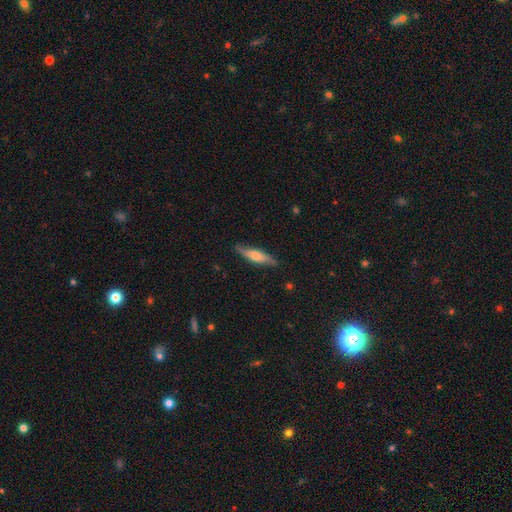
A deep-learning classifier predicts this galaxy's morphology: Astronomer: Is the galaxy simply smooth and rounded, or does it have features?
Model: smooth — 53% (runner-up: featured or disk, 41%).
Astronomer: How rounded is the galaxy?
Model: cigar-shaped — 70%.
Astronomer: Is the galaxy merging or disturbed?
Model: none — 82%.